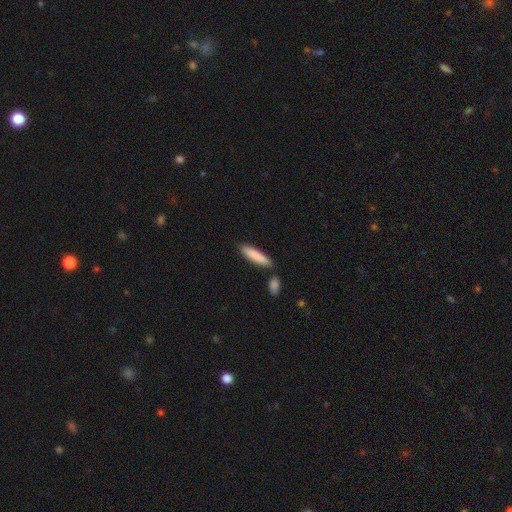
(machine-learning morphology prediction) Smooth or featured?
  - smooth: 84% *
  - featured or disk: 10%
  - star or artifact: 6%
How rounded?
  - cigar-shaped: 82% *
  - in between: 17%
  - round: 1%
Merging?
  - none: 80% *
  - minor disturbance: 9%
  - merger: 8%
  - major disturbance: 2%